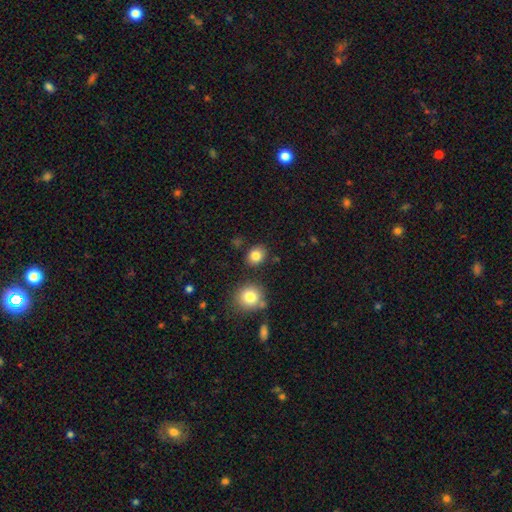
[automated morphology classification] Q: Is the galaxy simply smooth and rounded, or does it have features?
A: smooth — 83%.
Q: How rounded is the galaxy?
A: round — 56%.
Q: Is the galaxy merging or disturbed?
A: none — 82%.